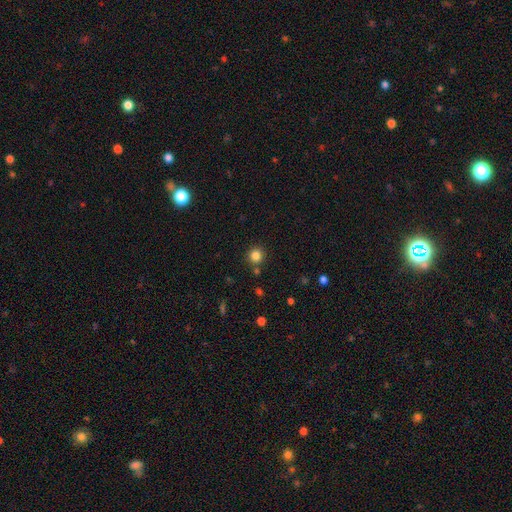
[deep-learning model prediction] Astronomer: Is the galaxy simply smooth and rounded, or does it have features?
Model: smooth — 83%.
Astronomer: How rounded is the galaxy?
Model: round — 93%.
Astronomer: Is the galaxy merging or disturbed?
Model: none — 85%.